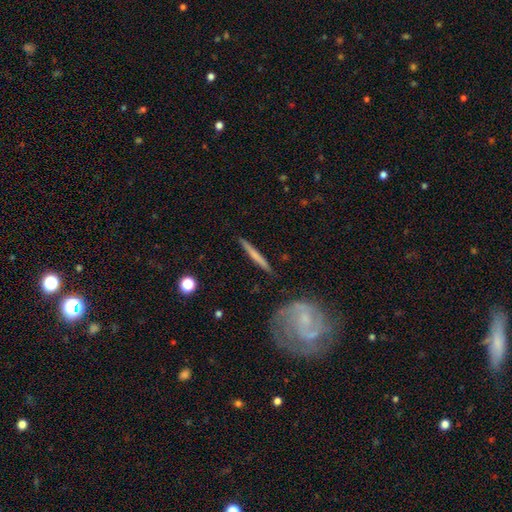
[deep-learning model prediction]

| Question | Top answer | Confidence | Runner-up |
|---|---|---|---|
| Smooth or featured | smooth | 50% | featured or disk (44%) |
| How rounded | cigar-shaped | 95% | in between (3%) |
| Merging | none | 89% | minor disturbance (7%) |